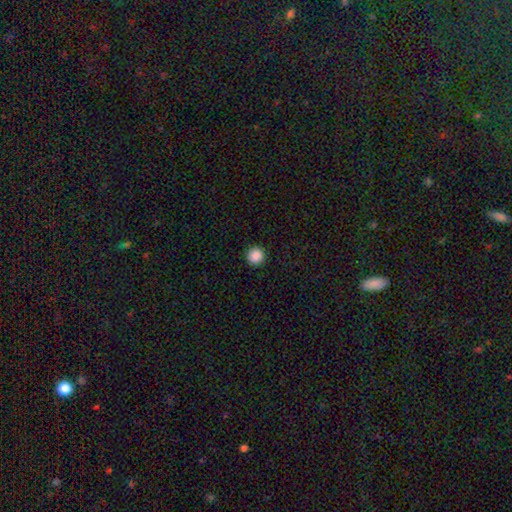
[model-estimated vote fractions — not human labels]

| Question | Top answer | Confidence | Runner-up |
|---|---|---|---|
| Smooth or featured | smooth | 88% | star or artifact (10%) |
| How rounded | round | 95% | in between (4%) |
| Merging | none | 93% | minor disturbance (4%) |